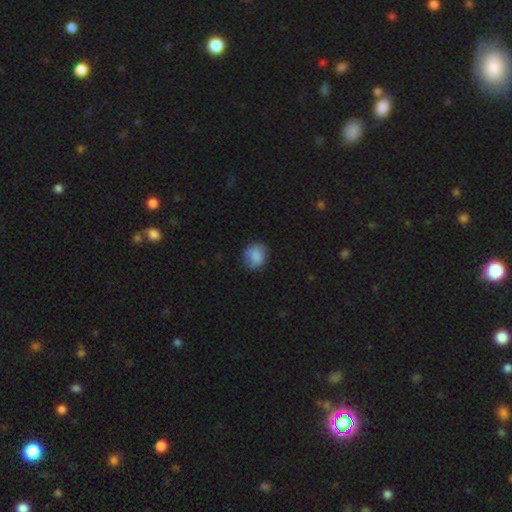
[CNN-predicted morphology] Smooth or featured? Predicted: smooth (p=0.85). How rounded? Predicted: round (p=0.71). Merging? Predicted: none (p=0.75).